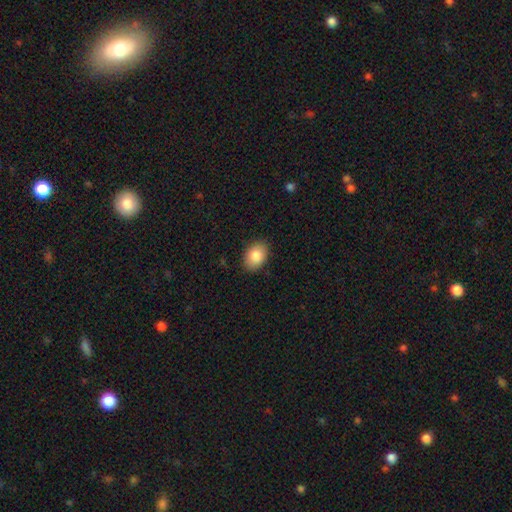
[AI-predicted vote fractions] smooth_or_featured: smooth (p=0.85) [alt: featured or disk p=0.07]
how_rounded: in between (p=0.79) [alt: round p=0.20]
merging: none (p=0.88) [alt: minor disturbance p=0.09]